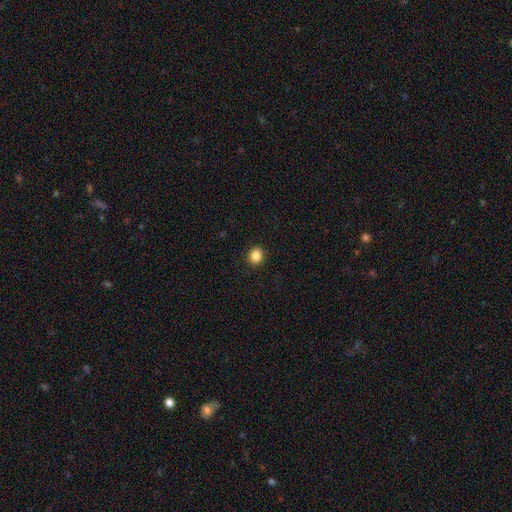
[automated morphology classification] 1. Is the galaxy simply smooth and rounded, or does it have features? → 85% smooth, 11% star or artifact, 4% featured or disk.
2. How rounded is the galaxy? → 84% round, 15% in between, 1% cigar-shaped.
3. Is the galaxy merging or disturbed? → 92% none, 5% minor disturbance, 2% major disturbance, 1% merger.